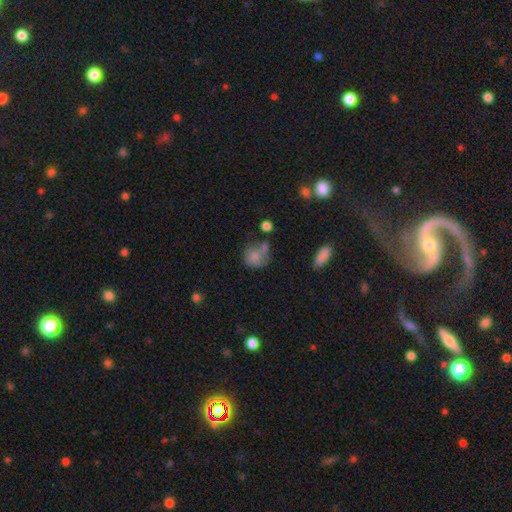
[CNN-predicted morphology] type=smooth (74%); roundness=round (72%); merging=none (40%).